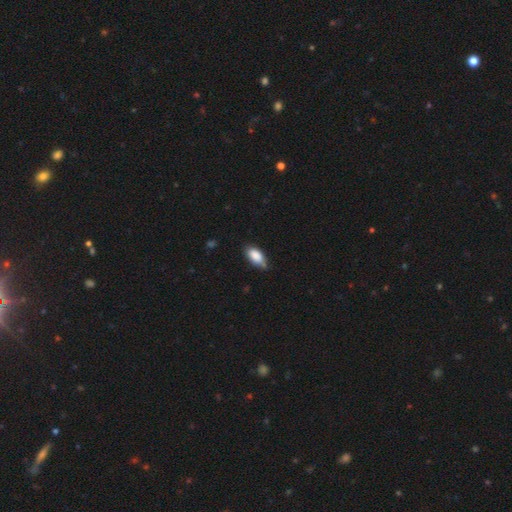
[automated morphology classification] smooth 85%, featured or disk 8%, star or artifact 7%. Down the decision tree: how rounded — in between (91%); merging — none (59%).